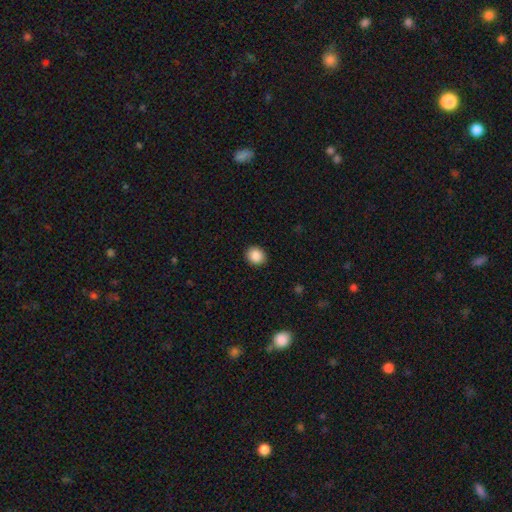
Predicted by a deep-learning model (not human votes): Morphology: type=smooth (88%); roundness=round (77%); merging=none (91%).